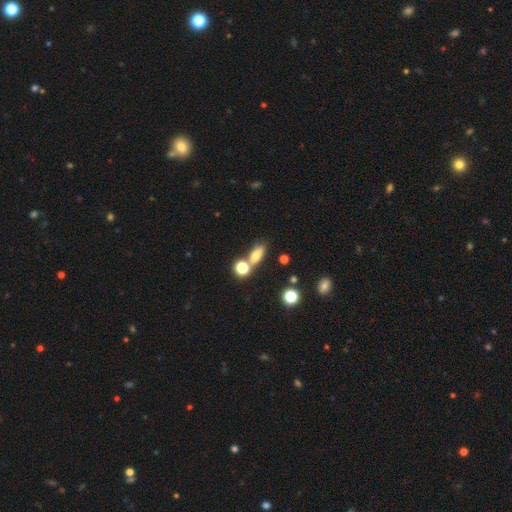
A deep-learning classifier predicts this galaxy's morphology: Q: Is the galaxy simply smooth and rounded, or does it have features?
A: smooth — 70%.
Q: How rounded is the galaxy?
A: in between — 62%.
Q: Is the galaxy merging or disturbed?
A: none — 53%.